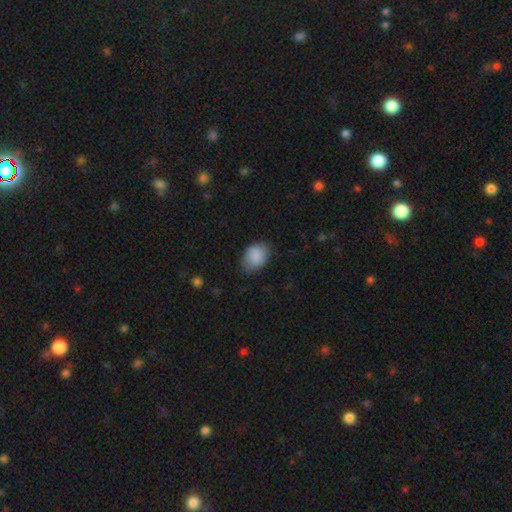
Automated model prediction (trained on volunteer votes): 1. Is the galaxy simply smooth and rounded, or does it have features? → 86% smooth, 8% featured or disk, 7% star or artifact.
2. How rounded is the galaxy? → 77% in between, 21% round, 1% cigar-shaped.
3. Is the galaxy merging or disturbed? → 75% none, 20% minor disturbance, 4% major disturbance, 1% merger.